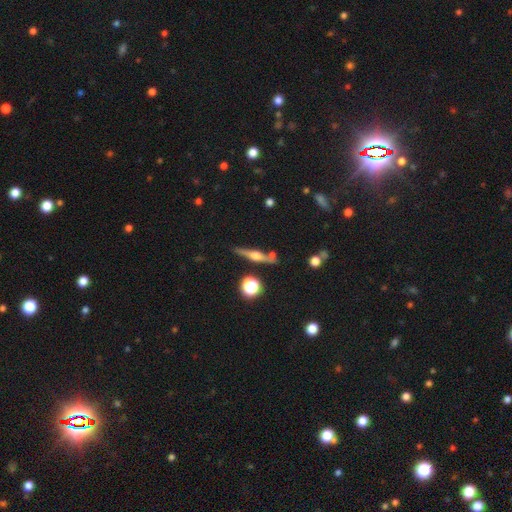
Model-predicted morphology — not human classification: This appears to be a featured or disk galaxy (71%) viewed edge-on (96%) with a rounded central bulge (93%). Merging: none (79%).